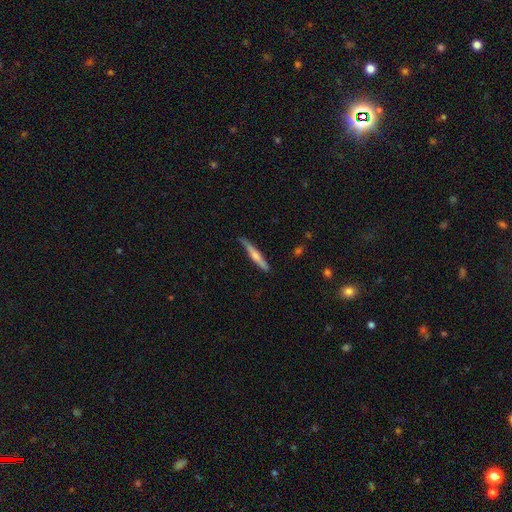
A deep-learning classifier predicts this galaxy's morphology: Smooth or featured? featured or disk (49%)
Merging? none (78%)